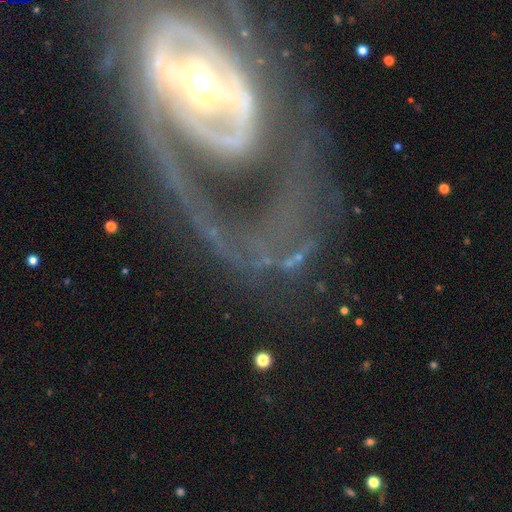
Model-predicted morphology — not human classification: Smooth or featured: featured or disk — 71% (star or artifact — 17%)
Edge-on disk: no — 90% (yes — 10%)
Bar: strong — 37% (no — 34%)
Spiral arms: yes — 73% (no — 27%)
Bulge size: moderate — 43% (small — 34%)
Merging: none — 48% (major disturbance — 29%)